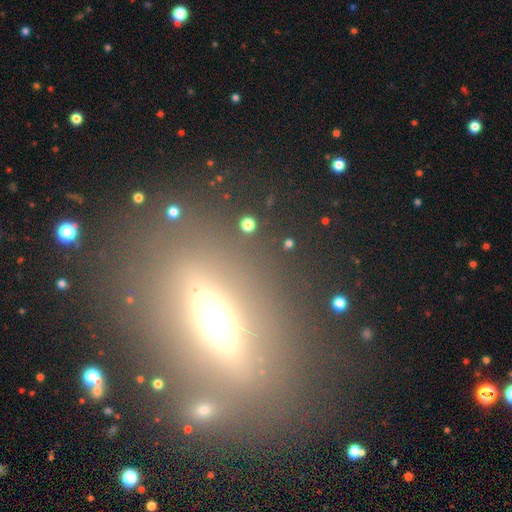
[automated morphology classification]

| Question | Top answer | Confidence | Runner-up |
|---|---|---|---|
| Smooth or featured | featured or disk | 50% | smooth (29%) |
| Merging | none | 82% | minor disturbance (9%) |